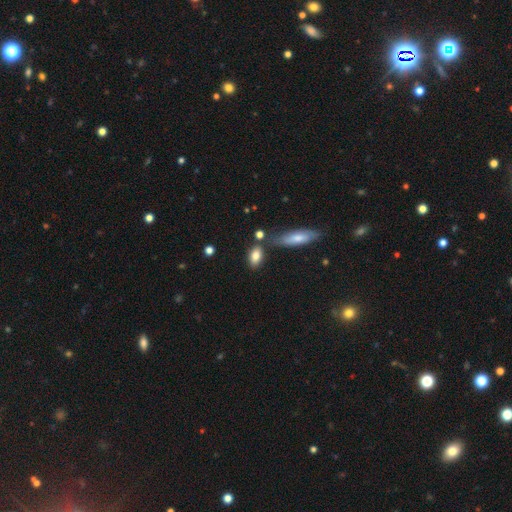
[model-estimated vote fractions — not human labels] A smooth galaxy with no disk features (81%) that is in between round and cigar-shaped (83%).

Vote fractions:
- Smooth or featured? smooth: 81% / featured or disk: 11% / star or artifact: 7%
- How rounded? in between: 83% / cigar-shaped: 10% / round: 7%
- Merging? none: 67% / minor disturbance: 15% / merger: 14% / major disturbance: 4%